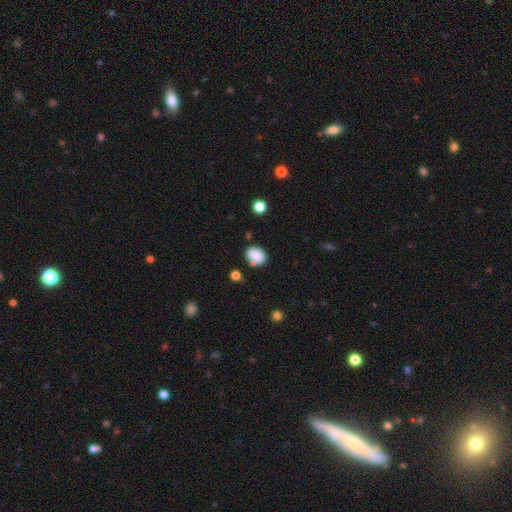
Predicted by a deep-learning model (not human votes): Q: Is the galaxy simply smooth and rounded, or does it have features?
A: smooth — 85%.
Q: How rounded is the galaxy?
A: in between — 62%.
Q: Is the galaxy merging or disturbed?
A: none — 68%.